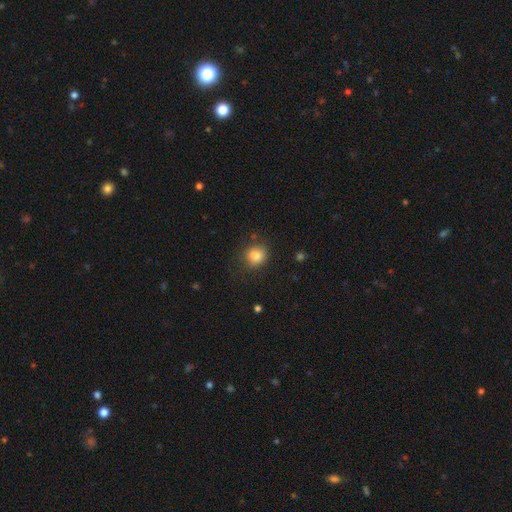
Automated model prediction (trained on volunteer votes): A smooth galaxy with no disk features (84%) that is round (77%). Merging: none (76%).